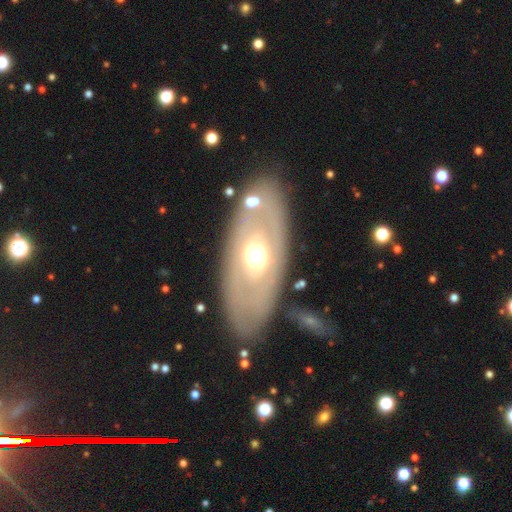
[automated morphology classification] Smooth or featured? featured or disk (61%)
Edge-on disk? no (84%)
Bar? no (82%)
Spiral arms? no (80%)
Bulge size? moderate (65%)
Merging? none (80%)